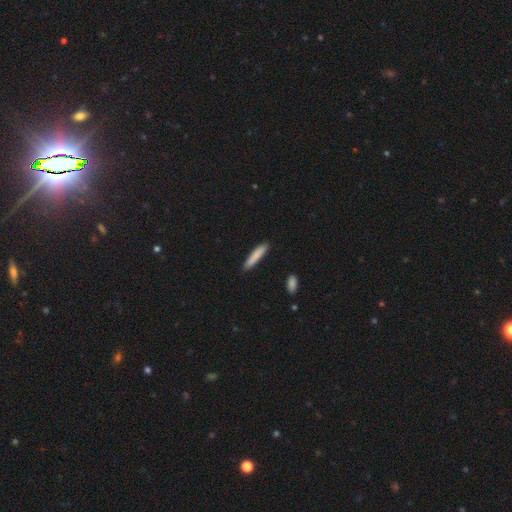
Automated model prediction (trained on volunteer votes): Overall: smooth (84%). How rounded: cigar-shaped (89%). Merging: none (88%).